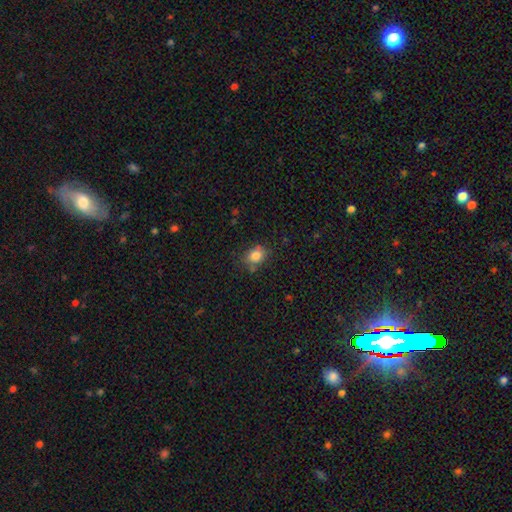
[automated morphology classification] type=smooth (82%); roundness=in between (56%); merging=none (70%).